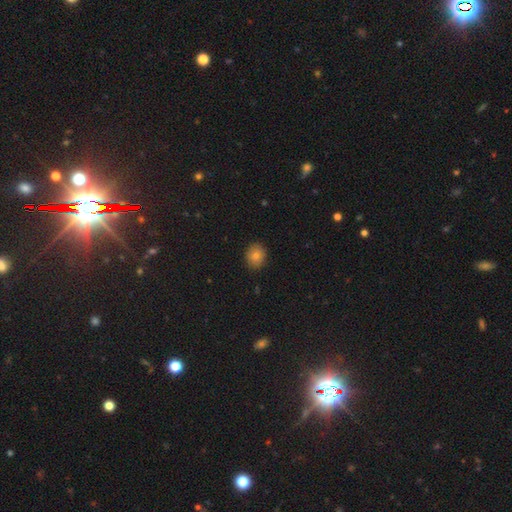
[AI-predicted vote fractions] Smooth or featured? smooth (79%)
How rounded? round (69%)
Merging? none (89%)